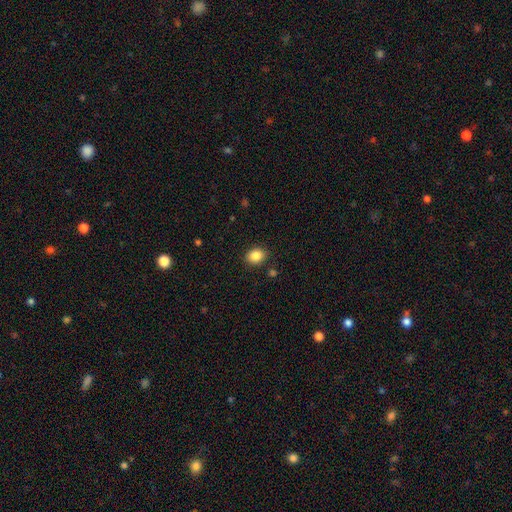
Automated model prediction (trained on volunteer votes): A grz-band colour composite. It shows a smooth galaxy with no disk features (86%) that is round (52%). Merging: none (88%).